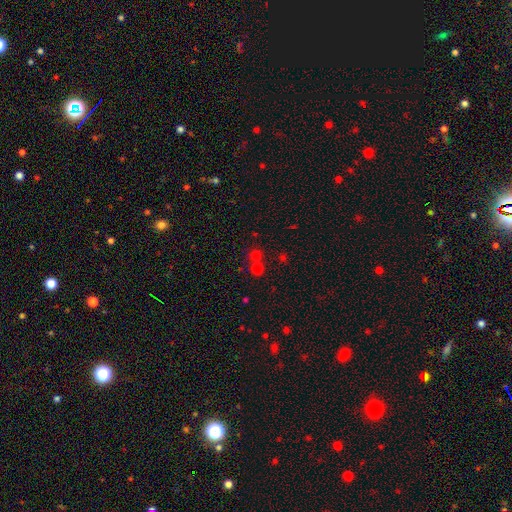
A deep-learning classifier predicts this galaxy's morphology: This is likely a smooth galaxy (64%). How rounded: clearly round (91%). Merging: likely none (64%).